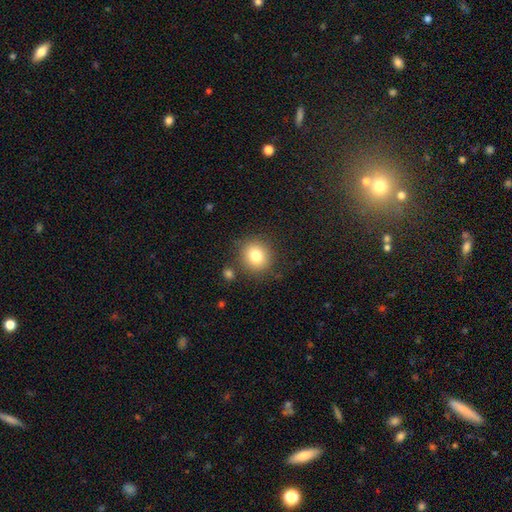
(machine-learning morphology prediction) smooth_or_featured: smooth (p=0.80) [alt: star or artifact p=0.11]
how_rounded: round (p=0.84) [alt: in between p=0.15]
merging: none (p=0.83) [alt: minor disturbance p=0.09]